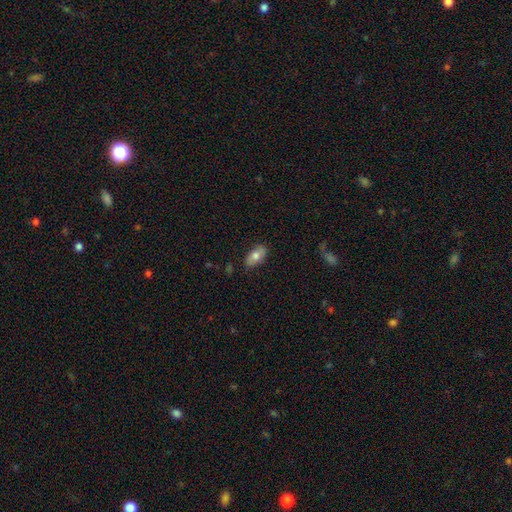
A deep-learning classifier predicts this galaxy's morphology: smooth 75%, featured or disk 19%, star or artifact 7%. Down the decision tree: how rounded — in between (91%); merging — none (79%).